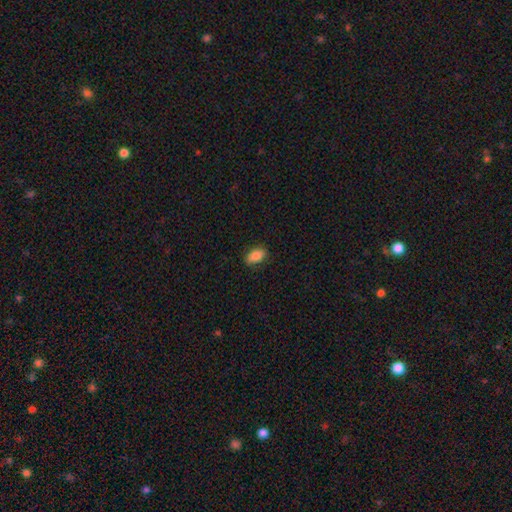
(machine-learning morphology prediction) Smooth or featured: smooth — 86% (star or artifact — 8%)
How rounded: in between — 90% (round — 6%)
Merging: none — 82% (minor disturbance — 14%)